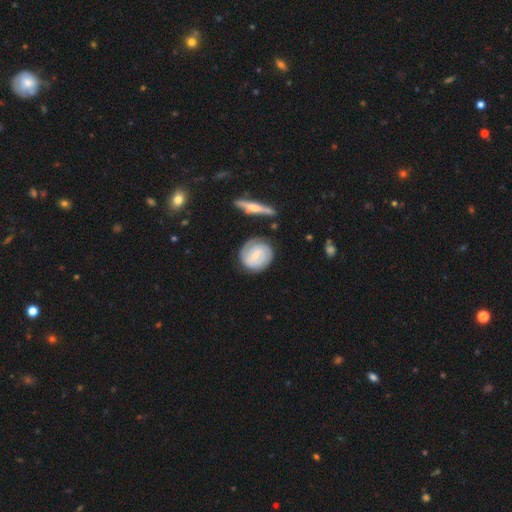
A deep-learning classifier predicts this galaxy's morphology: A featured or disk galaxy (67%) with a weak bar (44%), 2 (50%) tight (69%) spiral arms (90%) and a small central bulge (69%). Merging: none (74%).